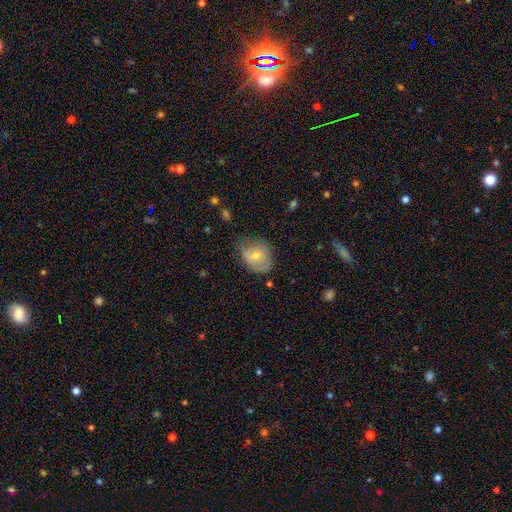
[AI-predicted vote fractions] Smooth or featured? Predicted: smooth (p=0.55). How rounded? Predicted: in between (p=0.53). Merging? Predicted: none (p=0.48).